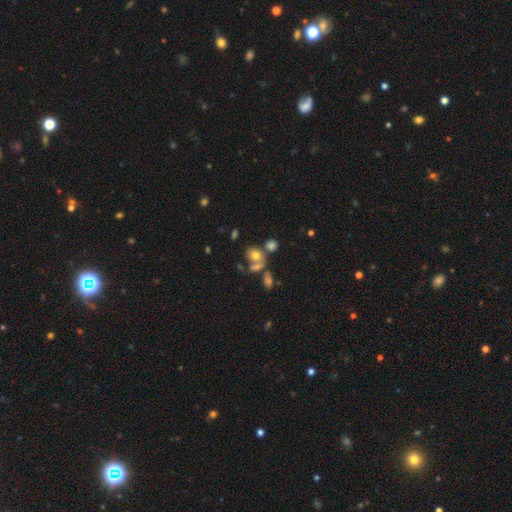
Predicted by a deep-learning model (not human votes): Q: Smooth or featured?
A: smooth (67%); runner-up: featured or disk (20%)
Q: How rounded?
A: round (52%); runner-up: in between (46%)
Q: Merging?
A: none (43%); runner-up: merger (34%)